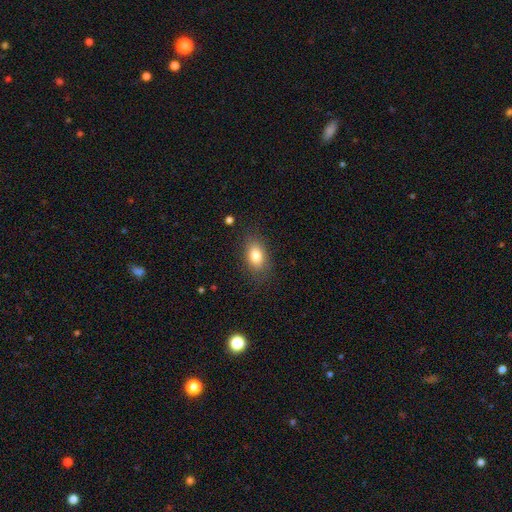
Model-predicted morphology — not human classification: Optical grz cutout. It shows a smooth galaxy with no disk features (80%) that is in between round and cigar-shaped (86%). Merging: none (82%).